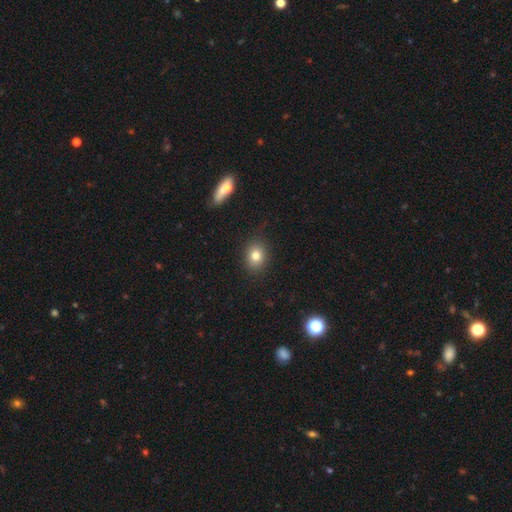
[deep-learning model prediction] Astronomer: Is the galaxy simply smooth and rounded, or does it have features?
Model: smooth — 80%.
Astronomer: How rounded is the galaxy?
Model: round — 53% (runner-up: in between, 46%).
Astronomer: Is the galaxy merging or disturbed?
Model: none — 86%.